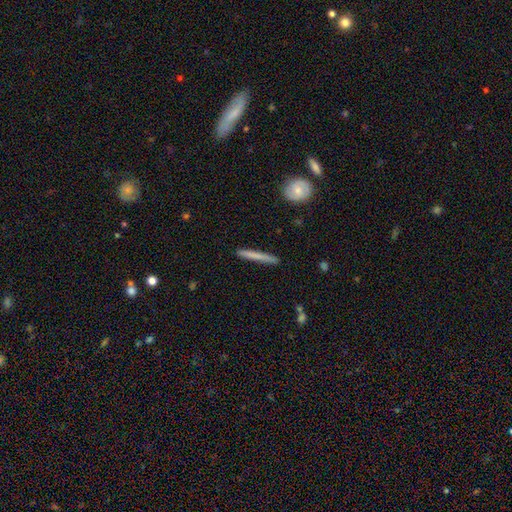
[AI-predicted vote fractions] Morphology: type=smooth (65%); roundness=cigar-shaped (96%); merging=none (91%).